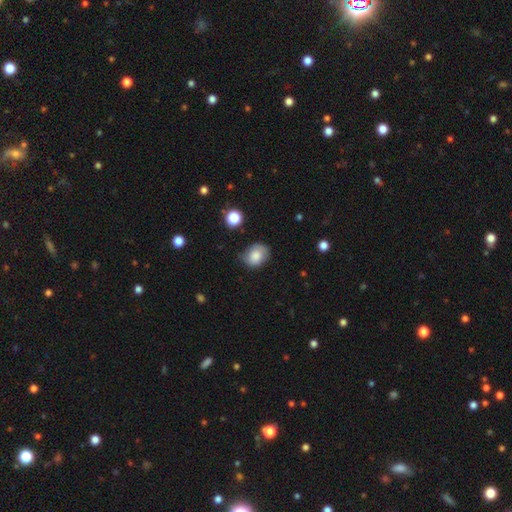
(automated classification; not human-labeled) Smooth or featured: smooth — 78% (featured or disk — 13%)
How rounded: round — 50% (in between — 49%)
Merging: none — 65% (minor disturbance — 27%)